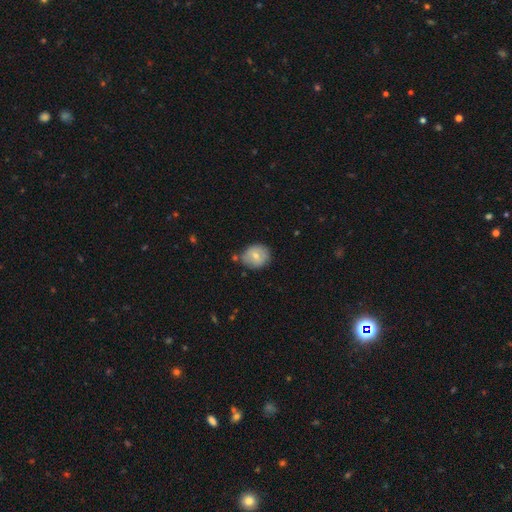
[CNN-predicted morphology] smooth-or-featured: smooth: 67% | featured or disk: 24% | star or artifact: 8%
  how-rounded: round: 71% | in between: 28% | cigar-shaped: 1%
  merging: none: 67% | minor disturbance: 22% | merger: 6% | major disturbance: 4%